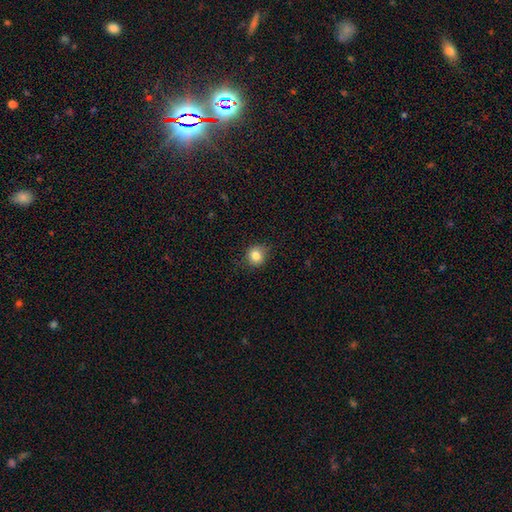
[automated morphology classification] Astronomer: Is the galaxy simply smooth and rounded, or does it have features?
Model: smooth — 81%.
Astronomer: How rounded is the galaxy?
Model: round — 87%.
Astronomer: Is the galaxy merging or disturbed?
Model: none — 82%.